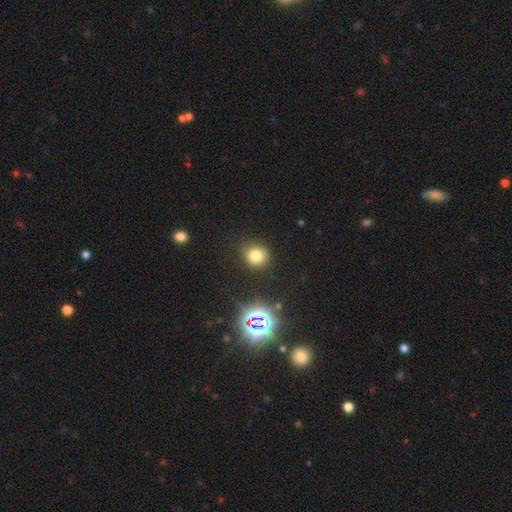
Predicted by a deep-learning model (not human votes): Smooth or featured?
  - smooth: 75% *
  - star or artifact: 18%
  - featured or disk: 7%
How rounded?
  - round: 81% *
  - in between: 18%
  - cigar-shaped: 1%
Merging?
  - none: 86% *
  - minor disturbance: 9%
  - major disturbance: 3%
  - merger: 2%